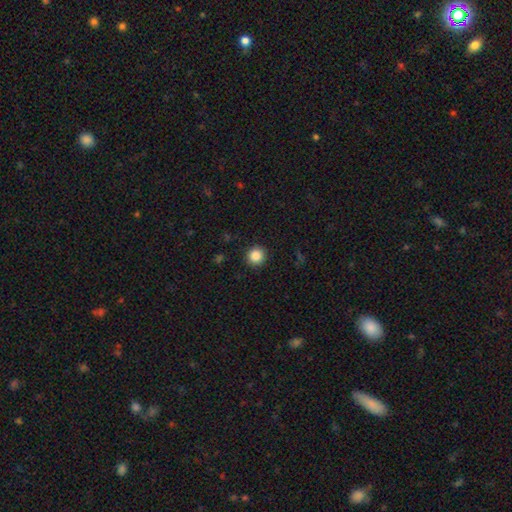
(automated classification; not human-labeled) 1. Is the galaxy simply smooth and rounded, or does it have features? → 86% smooth, 10% star or artifact, 4% featured or disk.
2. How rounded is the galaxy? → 94% round, 5% in between, 1% cigar-shaped.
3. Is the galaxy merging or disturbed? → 92% none, 5% minor disturbance, 2% major disturbance, 1% merger.